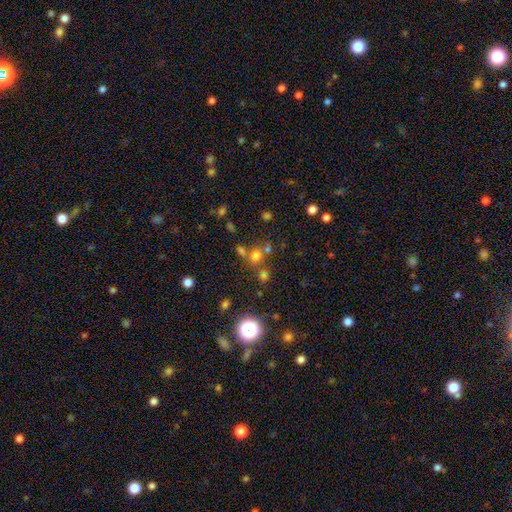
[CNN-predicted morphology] smooth_or_featured: smooth (p=0.56) [alt: star or artifact p=0.32]
how_rounded: round (p=0.85) [alt: in between p=0.14]
merging: none (p=0.59) [alt: merger p=0.26]